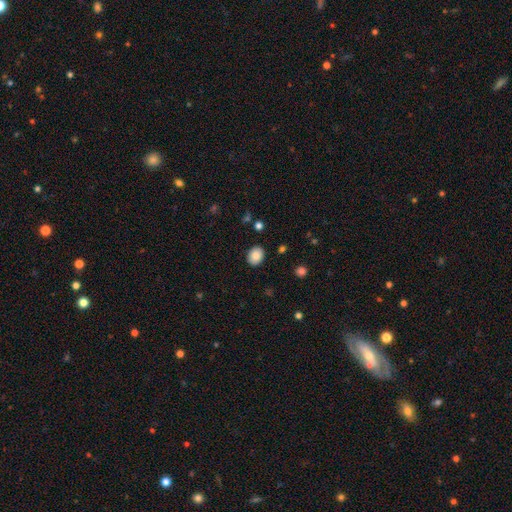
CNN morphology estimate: A smooth galaxy with no disk features (87%) that is in between round and cigar-shaped (56%).

Vote fractions:
- Smooth or featured? smooth: 87% / star or artifact: 8% / featured or disk: 5%
- How rounded? in between: 56% / round: 43% / cigar-shaped: 1%
- Merging? none: 89% / minor disturbance: 8% / major disturbance: 2% / merger: 1%